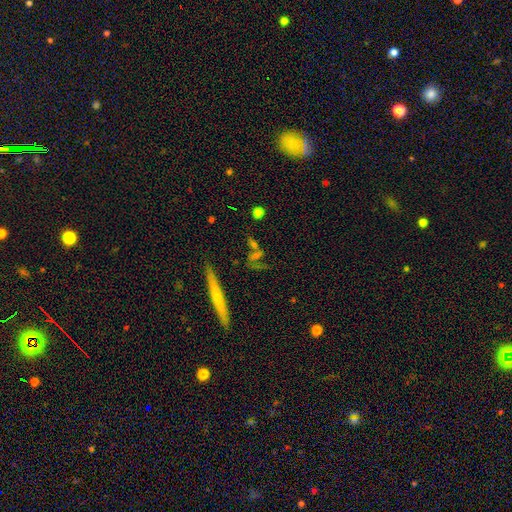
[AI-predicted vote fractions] featured or disk 50%, smooth 33%, star or artifact 17%. Down the decision tree: edge-on disk — no (53%); merging — none (66%).